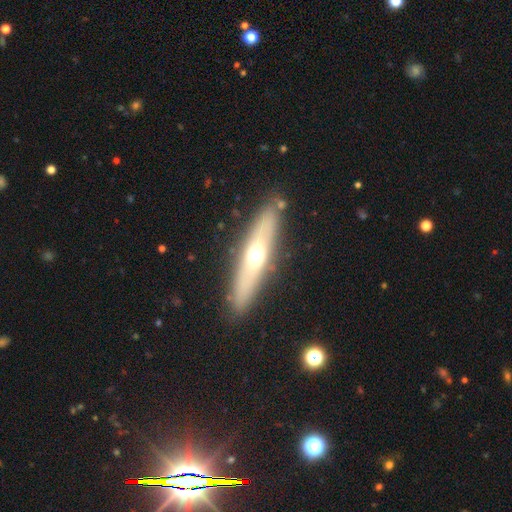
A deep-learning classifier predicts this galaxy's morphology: Q: Smooth or featured?
A: featured or disk (48%); runner-up: smooth (45%)
Q: Merging?
A: none (86%); runner-up: minor disturbance (9%)